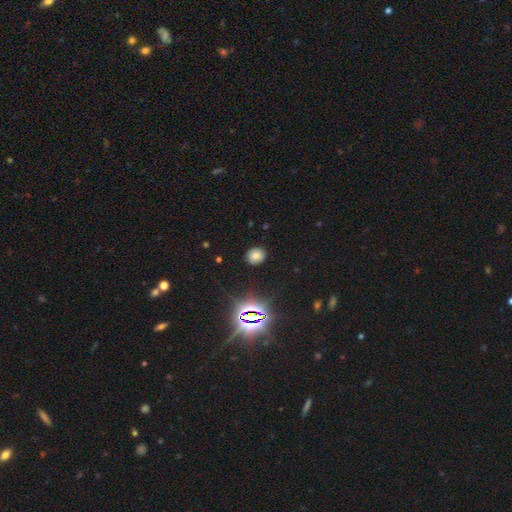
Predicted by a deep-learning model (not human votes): A smooth galaxy with no disk features (70%) that is round (72%). Merging: none (87%).